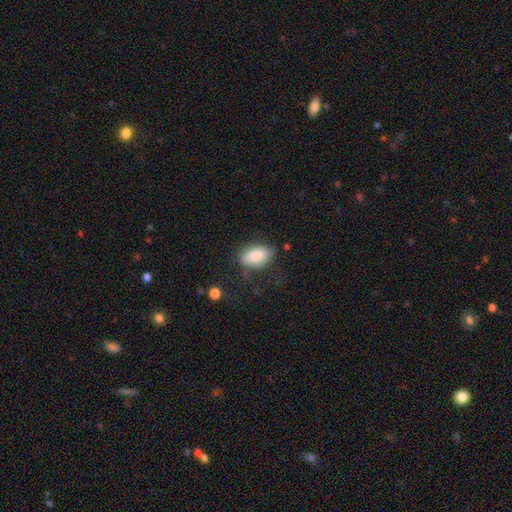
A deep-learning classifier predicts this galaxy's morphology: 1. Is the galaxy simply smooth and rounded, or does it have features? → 83% smooth, 9% featured or disk, 7% star or artifact.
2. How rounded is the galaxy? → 91% in between, 7% round, 3% cigar-shaped.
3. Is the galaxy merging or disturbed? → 67% none, 22% minor disturbance, 8% major disturbance, 2% merger.